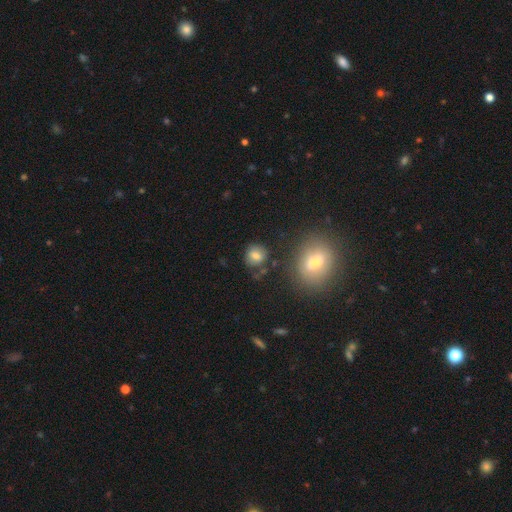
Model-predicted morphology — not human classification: Smooth or featured: smooth — 78% (star or artifact — 11%)
How rounded: round — 77% (in between — 22%)
Merging: none — 75% (minor disturbance — 14%)